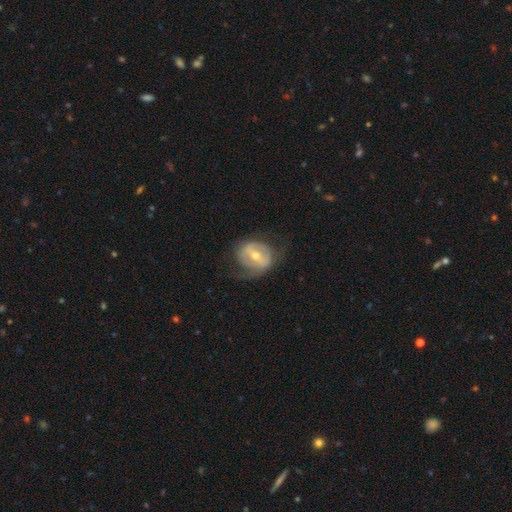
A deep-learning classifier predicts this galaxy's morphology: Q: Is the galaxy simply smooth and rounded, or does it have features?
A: featured or disk — 69%.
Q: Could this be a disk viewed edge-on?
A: no — 95%.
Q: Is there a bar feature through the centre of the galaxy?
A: strong — 45%.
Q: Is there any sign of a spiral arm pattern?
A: yes — 59%.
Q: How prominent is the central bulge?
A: moderate — 61%.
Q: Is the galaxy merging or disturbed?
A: none — 57%.